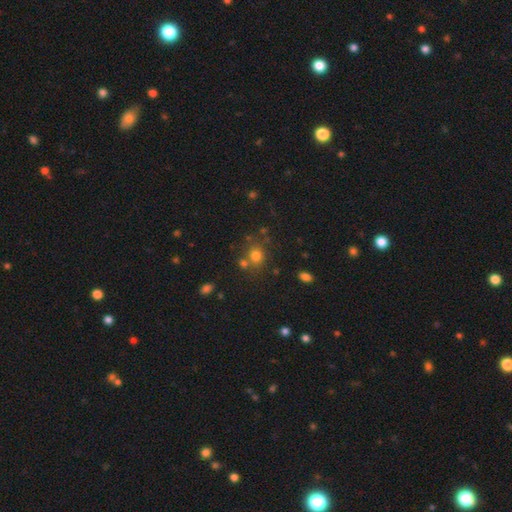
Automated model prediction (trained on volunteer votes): Smooth or featured?
  - smooth: 74% *
  - star or artifact: 17%
  - featured or disk: 9%
How rounded?
  - round: 75% *
  - in between: 24%
  - cigar-shaped: 1%
Merging?
  - none: 65% *
  - merger: 18%
  - minor disturbance: 11%
  - major disturbance: 5%